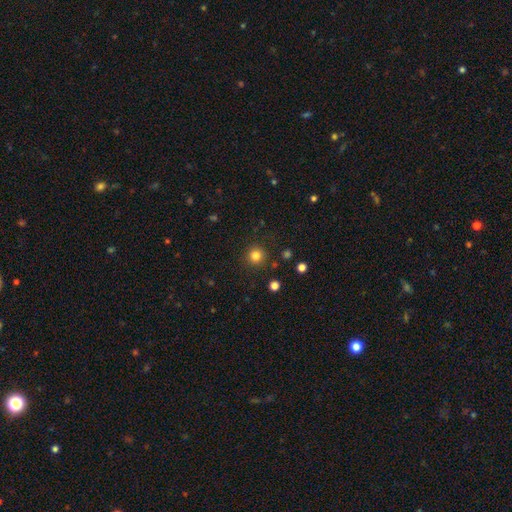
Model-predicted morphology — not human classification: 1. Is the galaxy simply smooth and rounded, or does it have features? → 82% smooth, 13% star or artifact, 5% featured or disk.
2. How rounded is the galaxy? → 95% round, 4% in between, 1% cigar-shaped.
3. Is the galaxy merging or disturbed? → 90% none, 6% minor disturbance, 2% major disturbance, 2% merger.